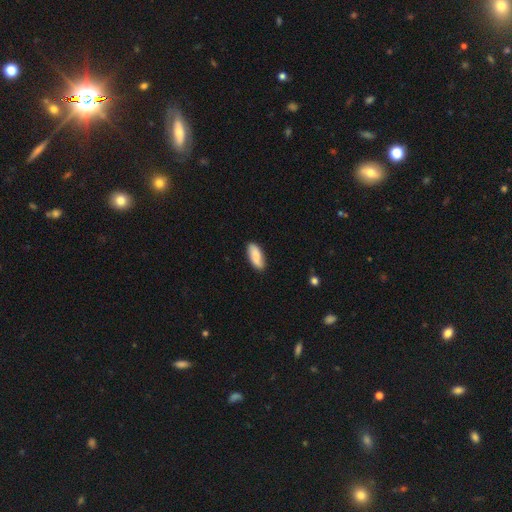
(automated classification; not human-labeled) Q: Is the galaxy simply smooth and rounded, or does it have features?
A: smooth — 84%.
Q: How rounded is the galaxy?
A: in between — 78%.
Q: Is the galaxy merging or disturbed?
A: none — 84%.